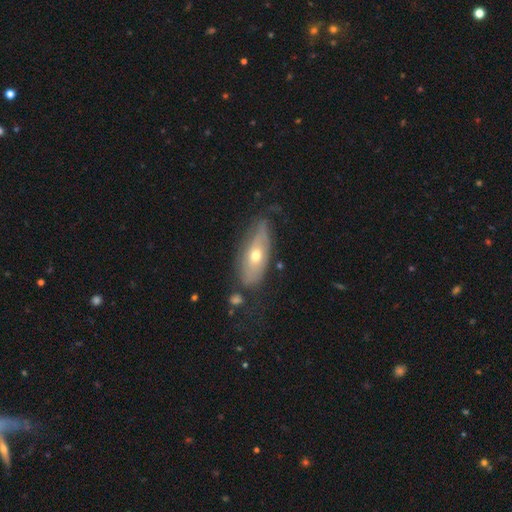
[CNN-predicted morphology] Overall: featured or disk (48%; smooth 46%). Merging: none (55%; minor disturbance 29%).